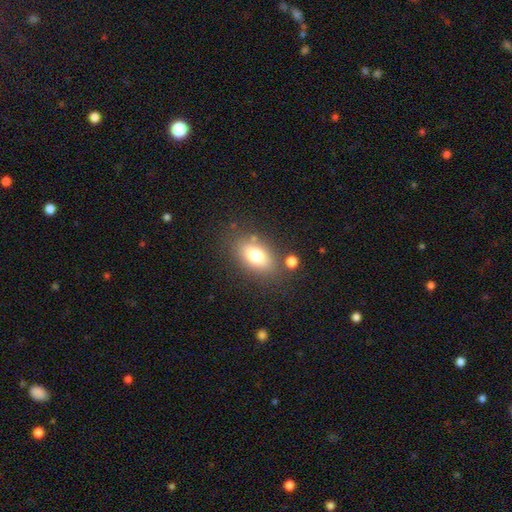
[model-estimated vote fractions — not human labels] Smooth or featured? smooth (75%)
How rounded? in between (84%)
Merging? none (77%)